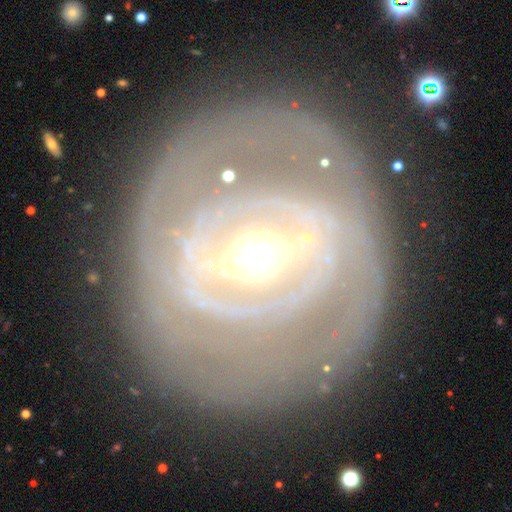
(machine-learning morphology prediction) Overall: featured or disk (82%). Edge-on disk: no (95%). Bar: strong (43%; weak 36%). Spiral arms: yes (69%; no 31%). Spiral arm count: can't tell (45%; 2 28%). Spiral winding: tight (76%). Bulge size: moderate (60%; small 28%). Merging: none (79%).